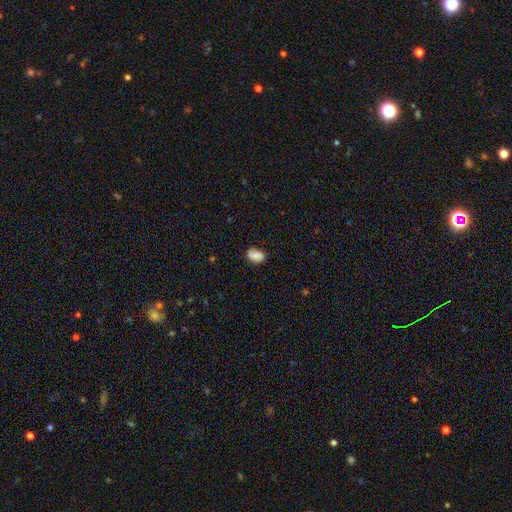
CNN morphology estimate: This appears to be a smooth galaxy with no disk features (80%) that is in between round and cigar-shaped (82%). Merging: none (71%).